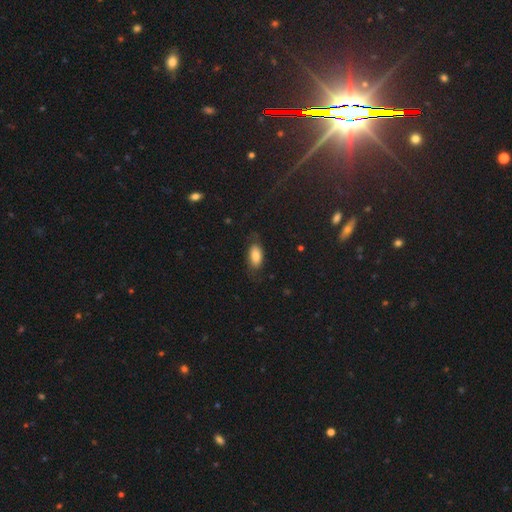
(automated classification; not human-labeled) Smooth or featured?
  - smooth: 77% *
  - featured or disk: 15%
  - star or artifact: 8%
How rounded?
  - in between: 89% *
  - cigar-shaped: 8%
  - round: 3%
Merging?
  - none: 69% *
  - minor disturbance: 20%
  - major disturbance: 9%
  - merger: 1%